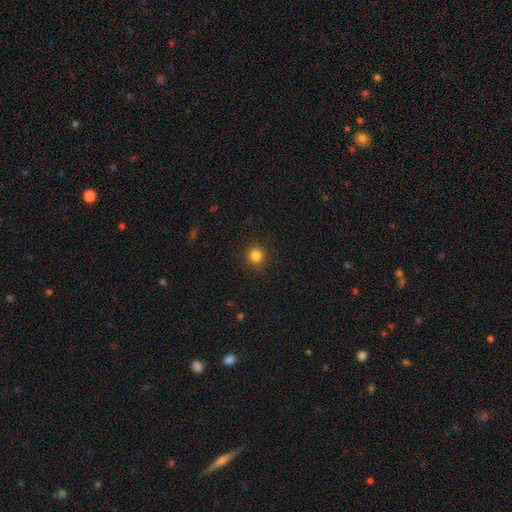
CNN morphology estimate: Smooth or featured?
  - smooth: 84% *
  - star or artifact: 12%
  - featured or disk: 4%
How rounded?
  - round: 87% *
  - in between: 12%
  - cigar-shaped: 1%
Merging?
  - none: 90% *
  - minor disturbance: 6%
  - major disturbance: 2%
  - merger: 1%